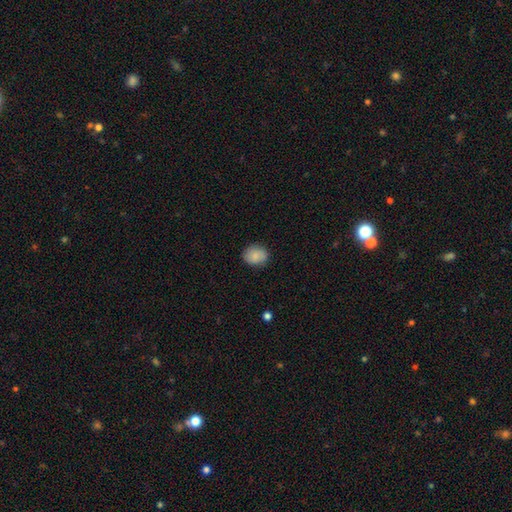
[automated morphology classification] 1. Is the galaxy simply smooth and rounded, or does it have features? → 85% smooth, 8% star or artifact, 7% featured or disk.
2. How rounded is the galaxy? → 59% round, 40% in between, 1% cigar-shaped.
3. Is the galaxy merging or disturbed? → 85% none, 11% minor disturbance, 3% major disturbance, 1% merger.